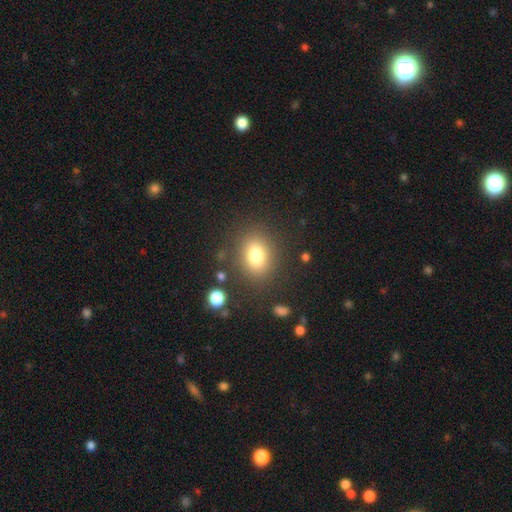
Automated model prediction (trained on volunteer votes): smooth-or-featured: smooth: 78% | star or artifact: 12% | featured or disk: 10%
  how-rounded: in between: 52% | round: 47% | cigar-shaped: 1%
  merging: none: 83% | minor disturbance: 10% | major disturbance: 5% | merger: 3%